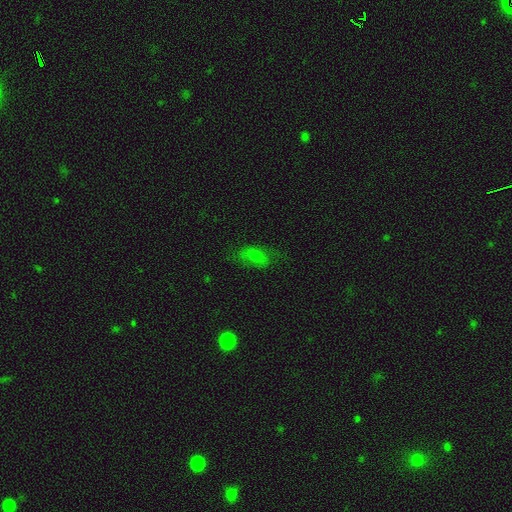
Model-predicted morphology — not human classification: This appears to be a smooth galaxy with no disk features (60%) that is in between round and cigar-shaped (83%). Merging: none (66%).